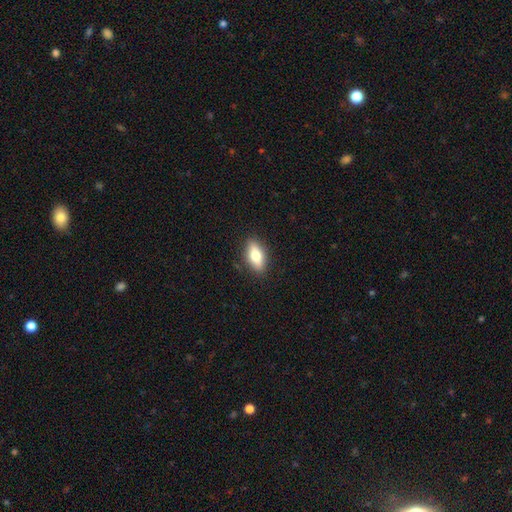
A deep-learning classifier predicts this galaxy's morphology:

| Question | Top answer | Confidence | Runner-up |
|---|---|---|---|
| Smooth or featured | smooth | 70% | featured or disk (23%) |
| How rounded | in between | 80% | cigar-shaped (15%) |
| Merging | none | 87% | minor disturbance (9%) |